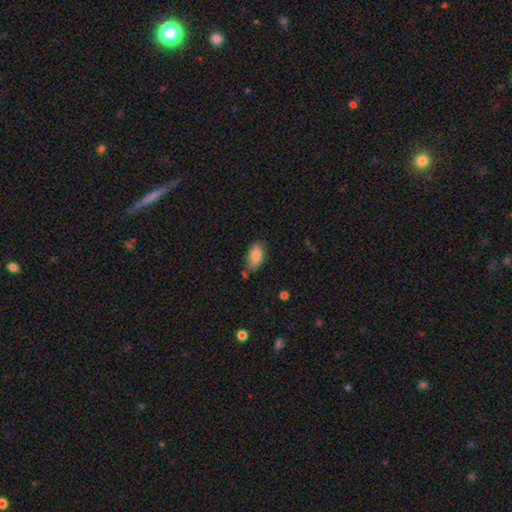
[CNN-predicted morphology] smooth-or-featured: smooth: 84% | featured or disk: 8% | star or artifact: 7%
  how-rounded: in between: 93% | round: 4% | cigar-shaped: 3%
  merging: none: 71% | minor disturbance: 21% | merger: 4% | major disturbance: 4%